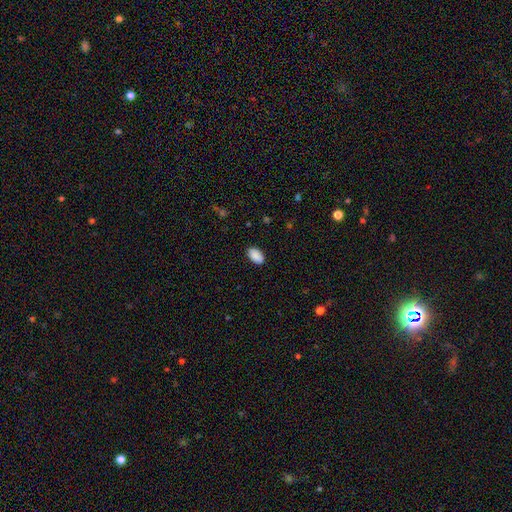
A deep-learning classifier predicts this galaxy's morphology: type=smooth (90%); roundness=in between (94%); merging=none (87%).